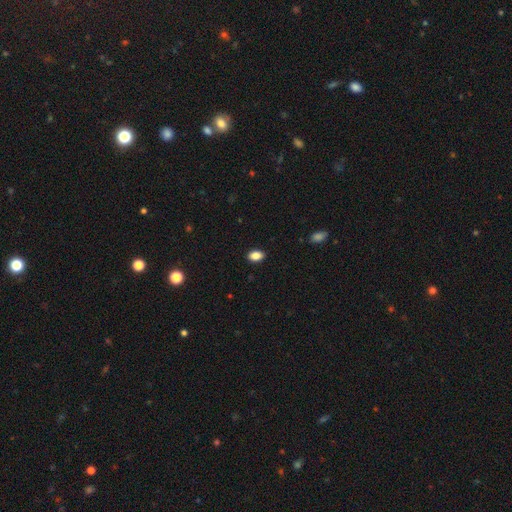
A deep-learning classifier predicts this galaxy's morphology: This is clearly a smooth galaxy (87%). How rounded: clearly in between (86%). Merging: clearly none (89%).